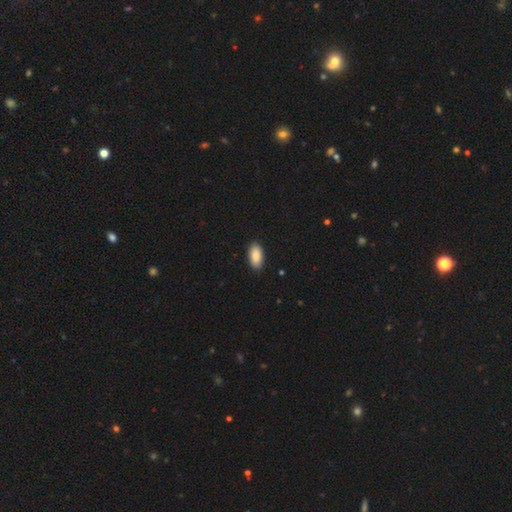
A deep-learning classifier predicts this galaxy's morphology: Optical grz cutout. It shows a smooth galaxy with no disk features (89%) that is in between round and cigar-shaped (94%). Merging: none (90%).